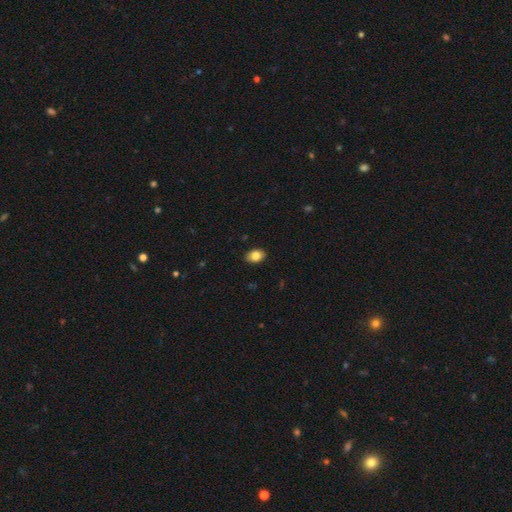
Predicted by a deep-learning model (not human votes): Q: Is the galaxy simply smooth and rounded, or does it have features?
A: smooth — 83%.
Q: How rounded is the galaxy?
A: in between — 85%.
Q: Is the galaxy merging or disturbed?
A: none — 89%.